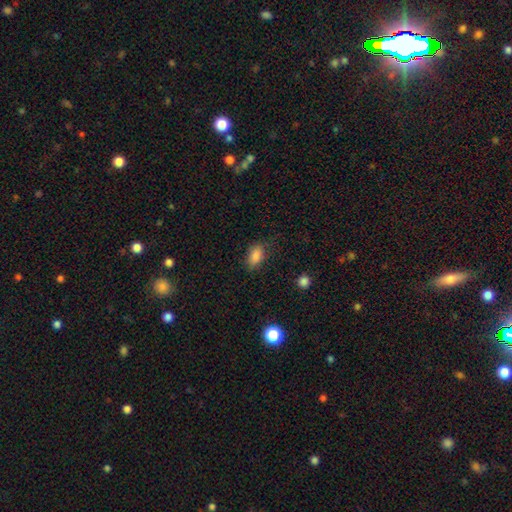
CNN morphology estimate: Overall: smooth (85%). How rounded: in between (87%). Merging: none (78%).